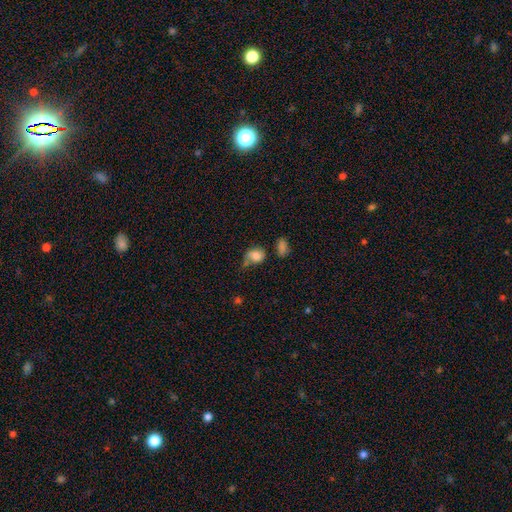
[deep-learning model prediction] This is likely a smooth galaxy (75%). How rounded: possibly round (51%). Merging: marginally none (37%).